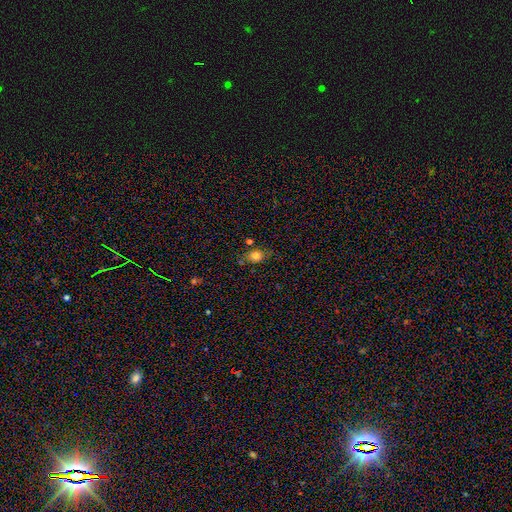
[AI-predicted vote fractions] This is likely a smooth galaxy (79%). How rounded: possibly round (50%). Merging: likely none (68%).